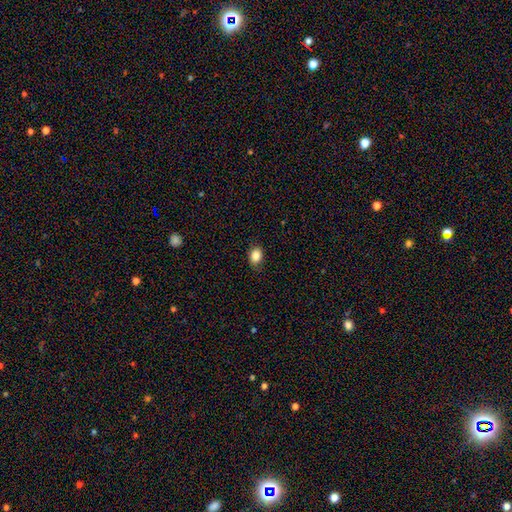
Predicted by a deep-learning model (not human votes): Overall: smooth (86%). How rounded: in between (75%). Merging: none (84%).